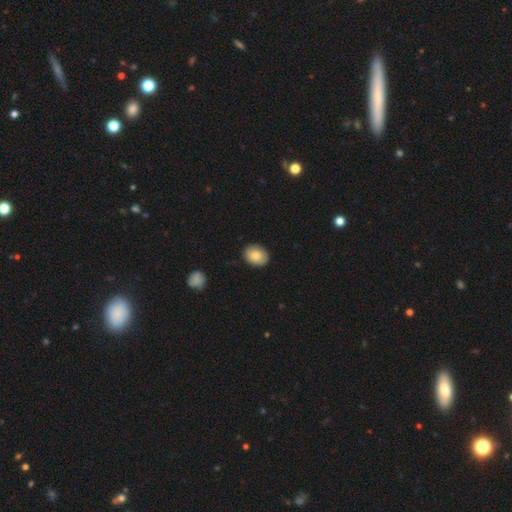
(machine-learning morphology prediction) Smooth or featured? Predicted: smooth (p=0.84). How rounded? Predicted: in between (p=0.62). Merging? Predicted: none (p=0.89).